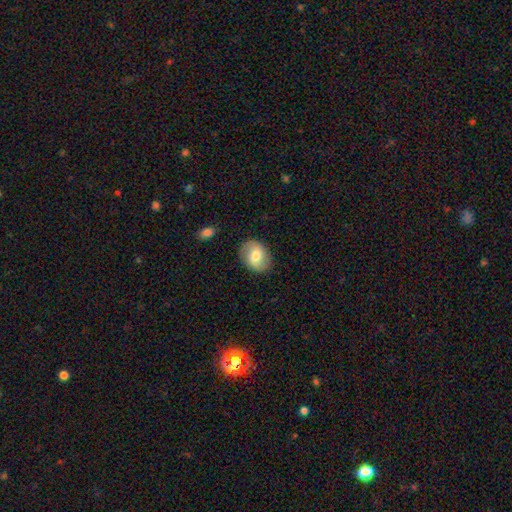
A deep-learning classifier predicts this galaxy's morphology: Smooth or featured?
  - smooth: 65% *
  - featured or disk: 28%
  - star or artifact: 7%
How rounded?
  - in between: 65% *
  - round: 34%
  - cigar-shaped: 1%
Merging?
  - none: 85% *
  - minor disturbance: 11%
  - major disturbance: 3%
  - merger: 1%